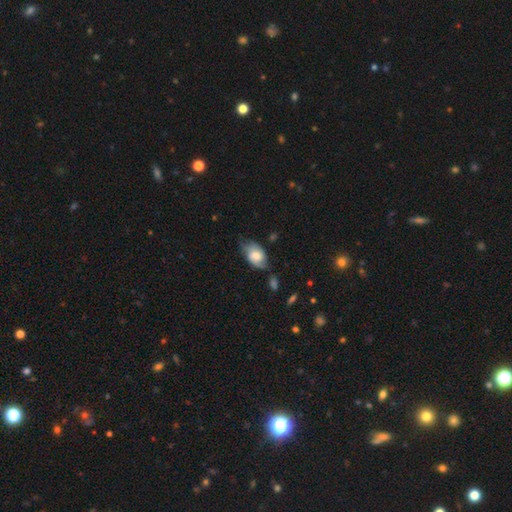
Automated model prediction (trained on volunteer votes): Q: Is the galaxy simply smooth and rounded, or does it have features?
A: smooth — 50%.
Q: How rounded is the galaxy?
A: in between — 87%.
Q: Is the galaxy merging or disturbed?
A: none — 47%.